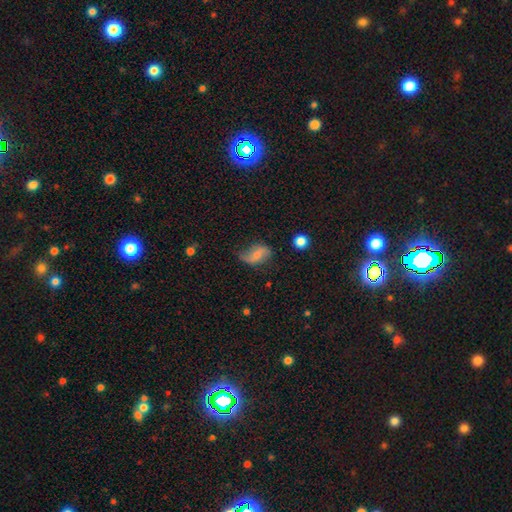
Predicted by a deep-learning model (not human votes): Smooth or featured: featured or disk — 48% (smooth — 43%)
Merging: none — 49% (minor disturbance — 32%)